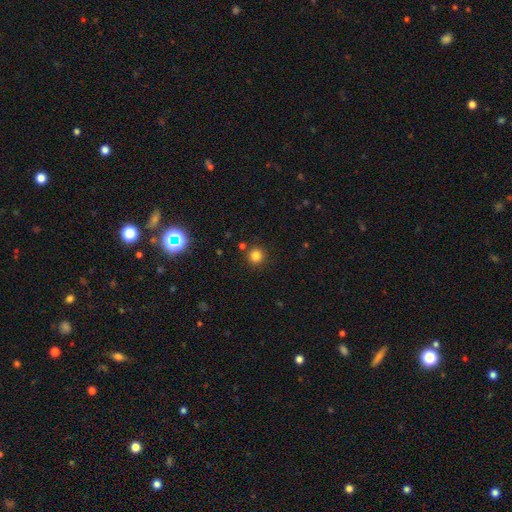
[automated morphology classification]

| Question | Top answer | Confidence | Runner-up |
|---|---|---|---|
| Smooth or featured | smooth | 81% | star or artifact (15%) |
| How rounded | round | 94% | in between (5%) |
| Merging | none | 86% | minor disturbance (7%) |